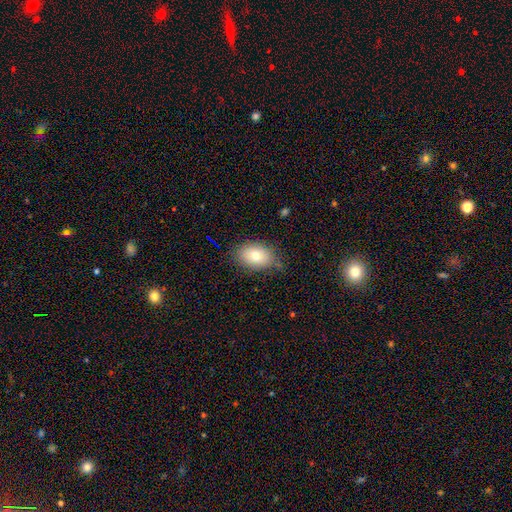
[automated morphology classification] smooth 77%, featured or disk 14%, star or artifact 9%. Down the decision tree: how rounded — in between (81%); merging — none (76%).